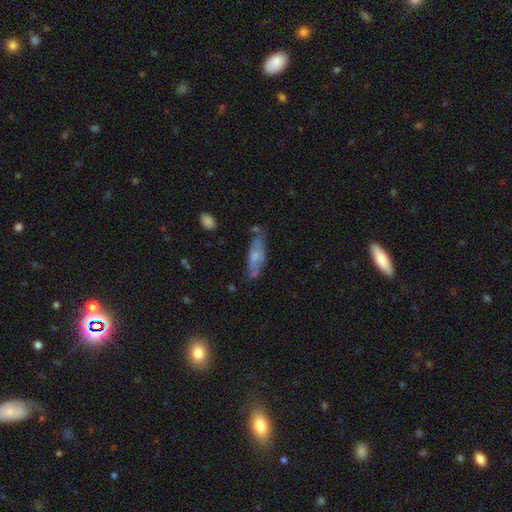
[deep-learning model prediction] smooth-or-featured: smooth: 59% | featured or disk: 35% | star or artifact: 7%
  how-rounded: in between: 60% | cigar-shaped: 38% | round: 2%
  merging: none: 47% | minor disturbance: 32% | major disturbance: 12% | merger: 8%